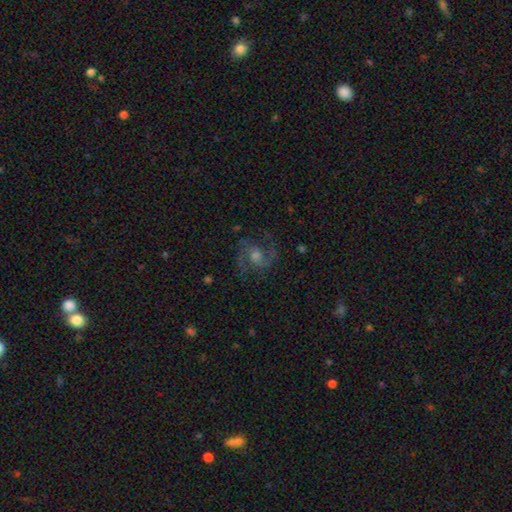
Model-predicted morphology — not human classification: smooth_or_featured: featured or disk (p=0.82) [alt: star or artifact p=0.10]
disk_edge_on: no (p=0.98) [alt: yes p=0.02]
bar: no (p=0.53) [alt: weak p=0.38]
has_spiral_arms: yes (p=0.96) [alt: no p=0.04]
spiral_winding: medium (p=0.60) [alt: loose p=0.23]
spiral_arm_count: 2 (p=0.86) [alt: can't tell p=0.04]
bulge_size: moderate (p=0.55) [alt: small p=0.31]
merging: none (p=0.76) [alt: minor disturbance p=0.14]